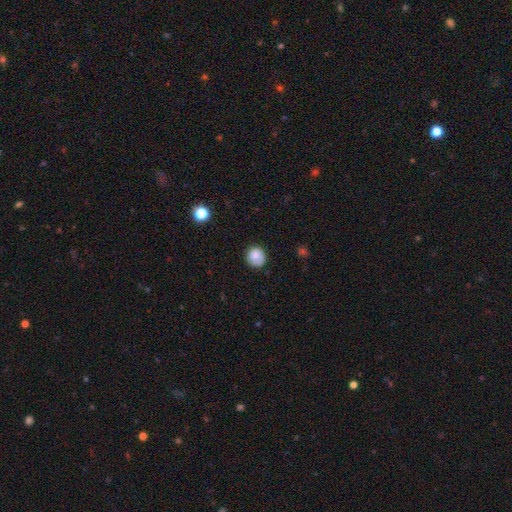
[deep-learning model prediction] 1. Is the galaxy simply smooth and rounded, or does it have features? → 82% smooth, 9% featured or disk, 9% star or artifact.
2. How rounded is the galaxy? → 84% round, 15% in between, 1% cigar-shaped.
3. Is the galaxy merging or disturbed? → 76% none, 18% minor disturbance, 5% major disturbance, 2% merger.